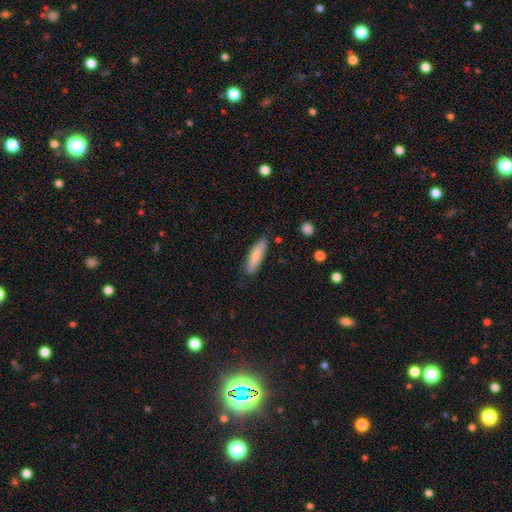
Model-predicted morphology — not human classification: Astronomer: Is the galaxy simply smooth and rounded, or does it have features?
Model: smooth — 80%.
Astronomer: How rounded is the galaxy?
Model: cigar-shaped — 66%.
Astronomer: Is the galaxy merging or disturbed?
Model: none — 80%.